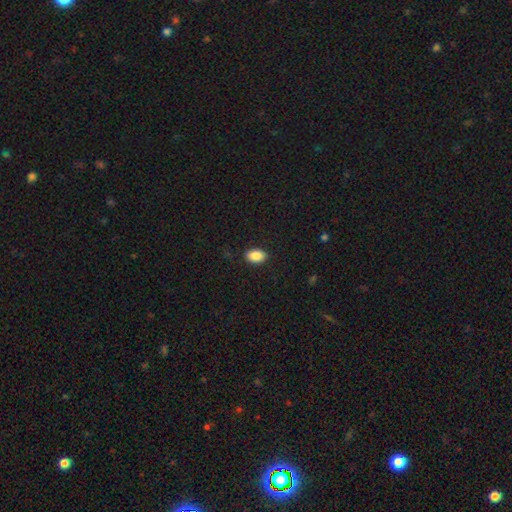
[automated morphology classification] Overall: smooth (89%). How rounded: in between (89%). Merging: none (87%).